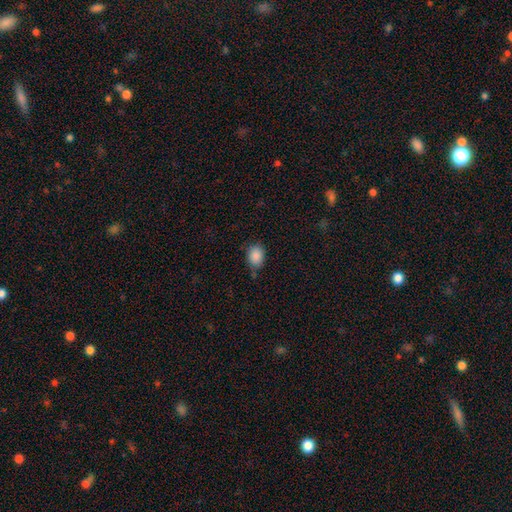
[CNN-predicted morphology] A smooth galaxy with no disk features (88%) that is in between round and cigar-shaped (62%). Merging: none (72%).